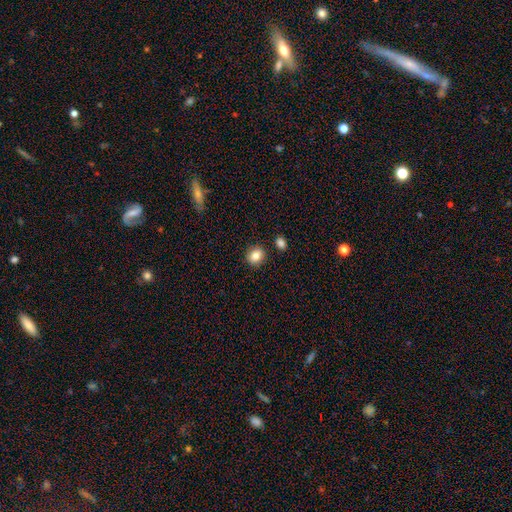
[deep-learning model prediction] Overall: smooth (84%). How rounded: round (71%). Merging: none (87%).